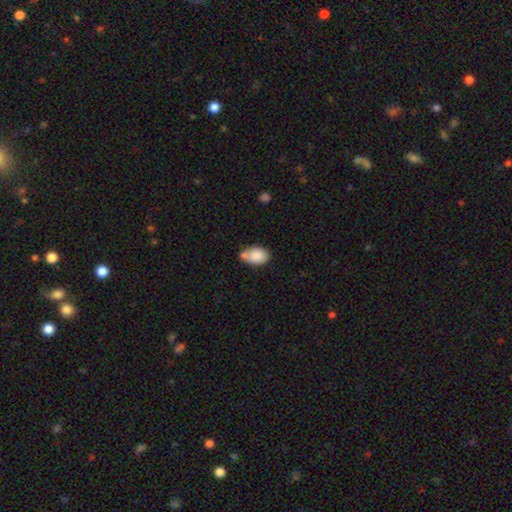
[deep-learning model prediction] The model was most divided on "merging": none: 49%, merger: 25%, minor disturbance: 21%, major disturbance: 5%. More confident: how rounded — in between (85%); smooth or featured — smooth (84%).